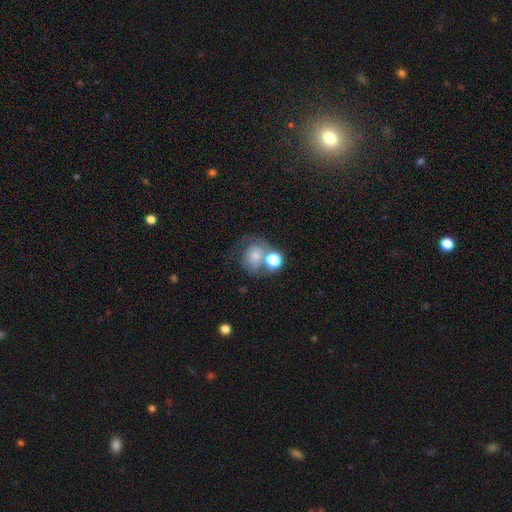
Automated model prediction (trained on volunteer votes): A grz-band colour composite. It shows a featured or disk galaxy (46%). Merging: none (37%).